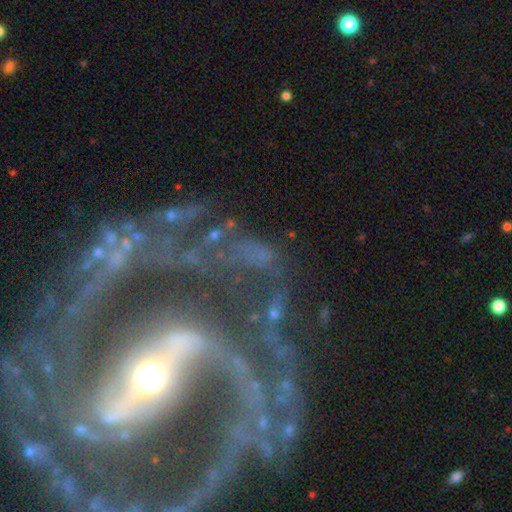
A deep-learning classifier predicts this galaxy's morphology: Q: Smooth or featured?
A: featured or disk (60%); runner-up: star or artifact (23%)
Q: Edge-on disk?
A: no (90%); runner-up: yes (10%)
Q: Bar?
A: no (39%); runner-up: strong (31%)
Q: Spiral arms?
A: yes (80%); runner-up: no (20%)
Q: Bulge size?
A: small (42%); runner-up: moderate (33%)
Q: Merging?
A: none (50%); runner-up: major disturbance (20%)